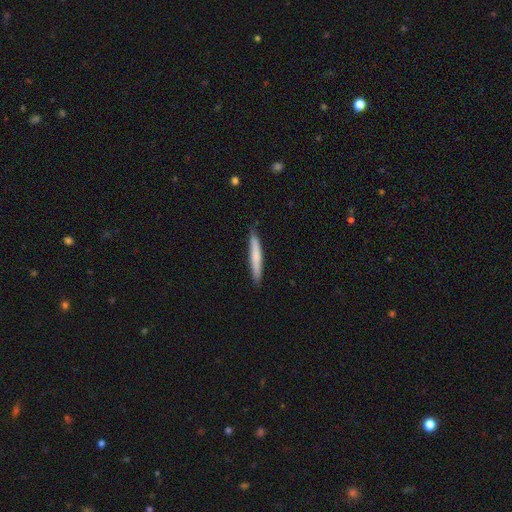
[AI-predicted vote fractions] Smooth or featured: smooth — 68% (featured or disk — 27%)
How rounded: cigar-shaped — 95% (in between — 3%)
Merging: none — 89% (minor disturbance — 9%)